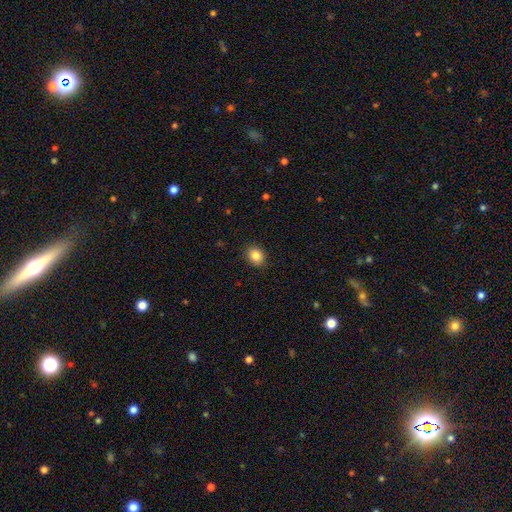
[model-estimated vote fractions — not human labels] Smooth or featured? Predicted: smooth (p=0.85). How rounded? Predicted: round (p=0.68). Merging? Predicted: none (p=0.90).